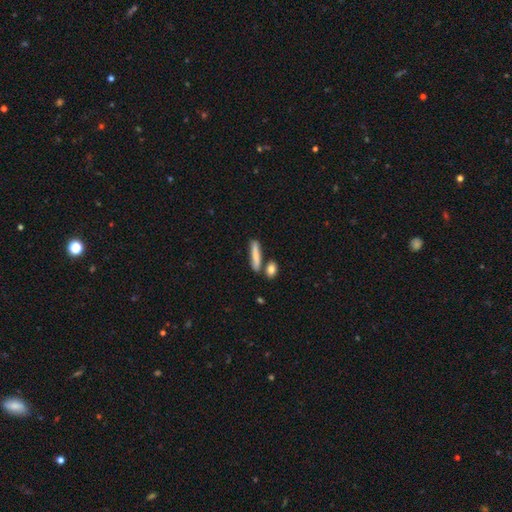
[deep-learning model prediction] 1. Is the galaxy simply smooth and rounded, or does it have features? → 78% smooth, 16% featured or disk, 6% star or artifact.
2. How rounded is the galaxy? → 82% cigar-shaped, 15% in between, 3% round.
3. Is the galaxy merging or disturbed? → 74% none, 12% minor disturbance, 11% merger, 3% major disturbance.